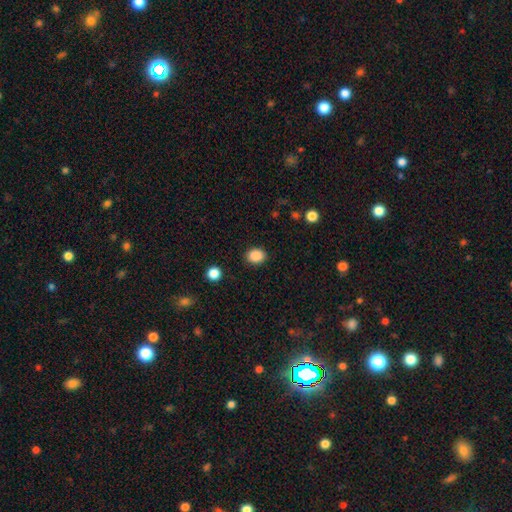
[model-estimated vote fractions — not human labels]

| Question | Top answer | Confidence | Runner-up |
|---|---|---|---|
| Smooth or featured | smooth | 88% | star or artifact (9%) |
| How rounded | round | 50% | in between (49%) |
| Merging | none | 88% | minor disturbance (8%) |